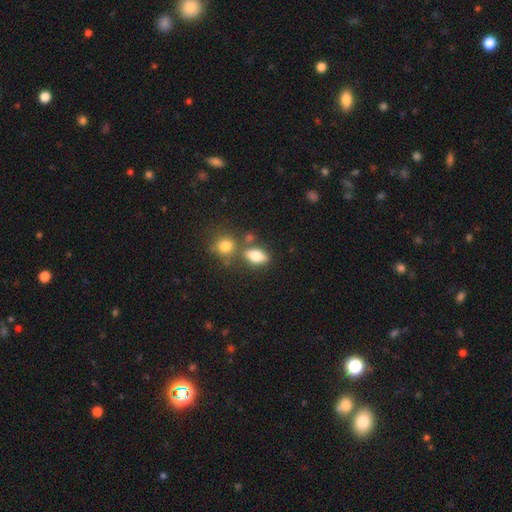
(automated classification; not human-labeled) A smooth galaxy with no disk features (78%) that is in between round and cigar-shaped (81%). Merging: none (61%).